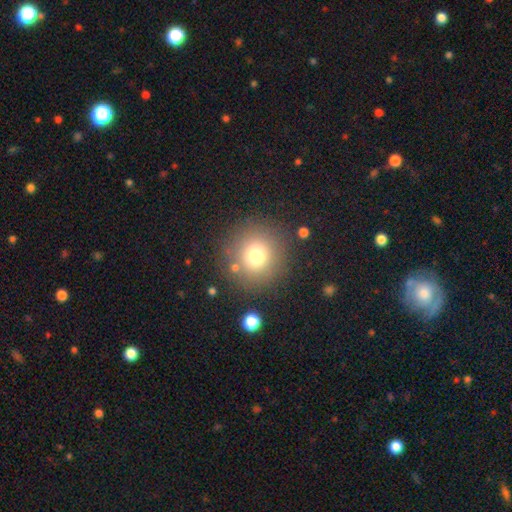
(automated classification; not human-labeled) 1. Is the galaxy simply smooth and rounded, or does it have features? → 74% smooth, 15% star or artifact, 11% featured or disk.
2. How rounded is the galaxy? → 95% round, 4% in between, 1% cigar-shaped.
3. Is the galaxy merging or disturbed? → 84% none, 8% minor disturbance, 4% major disturbance, 4% merger.